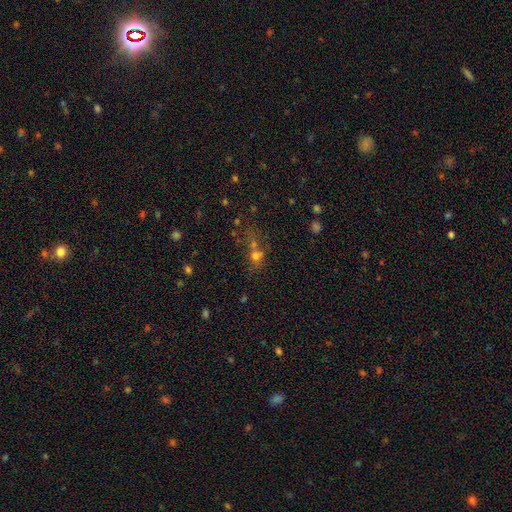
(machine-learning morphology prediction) Smooth or featured? smooth (60%)
How rounded? round (73%)
Merging? none (42%)